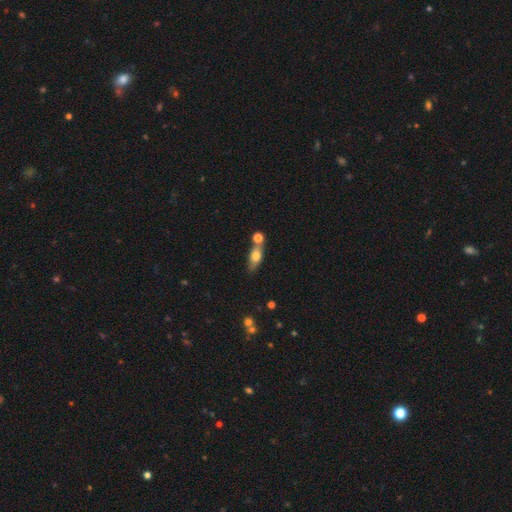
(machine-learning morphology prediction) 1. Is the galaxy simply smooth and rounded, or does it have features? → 68% smooth, 23% featured or disk, 8% star or artifact.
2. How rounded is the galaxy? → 67% in between, 22% cigar-shaped, 11% round.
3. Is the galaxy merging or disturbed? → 55% none, 27% merger, 14% minor disturbance, 4% major disturbance.